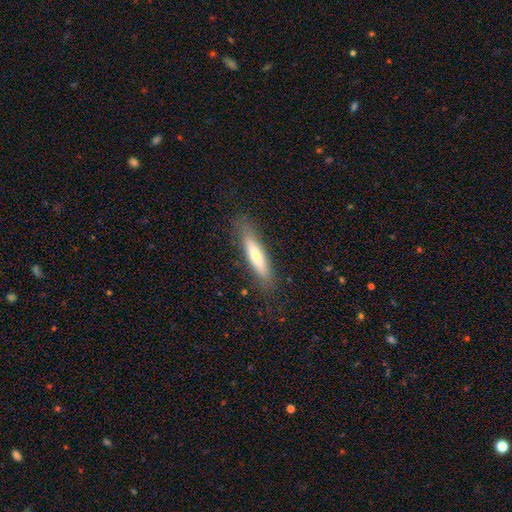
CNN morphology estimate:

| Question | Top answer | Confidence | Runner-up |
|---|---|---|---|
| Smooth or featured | smooth | 62% | featured or disk (31%) |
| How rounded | cigar-shaped | 84% | in between (15%) |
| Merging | none | 84% | minor disturbance (12%) |